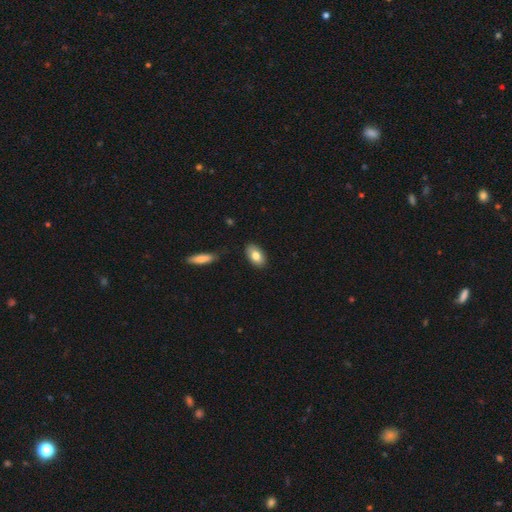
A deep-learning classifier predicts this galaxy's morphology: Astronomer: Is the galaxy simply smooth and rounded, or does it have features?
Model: smooth — 78%.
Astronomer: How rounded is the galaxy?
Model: in between — 92%.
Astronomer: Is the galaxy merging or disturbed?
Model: none — 86%.